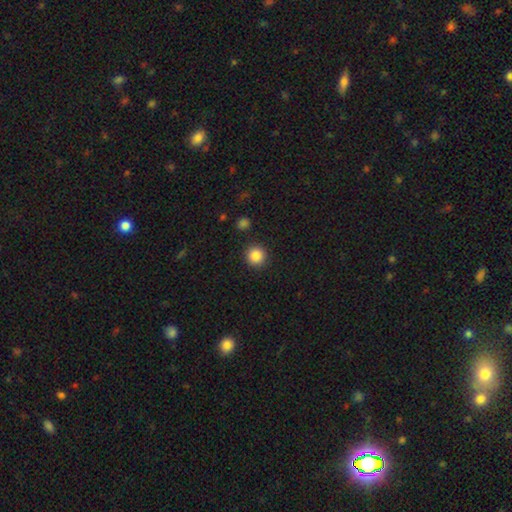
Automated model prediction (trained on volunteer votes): The model was most divided on "smooth or featured": smooth: 86%, star or artifact: 10%, featured or disk: 4%. More confident: how rounded — round (94%); merging — none (91%).